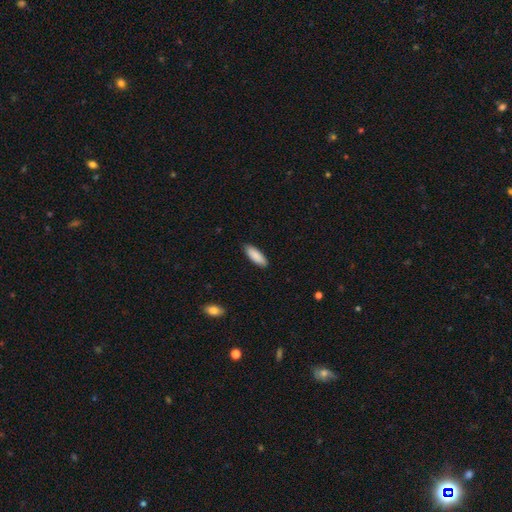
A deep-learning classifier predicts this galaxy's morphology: Q: Smooth or featured?
A: smooth (89%); runner-up: star or artifact (6%)
Q: How rounded?
A: in between (64%); runner-up: cigar-shaped (35%)
Q: Merging?
A: none (89%); runner-up: minor disturbance (9%)